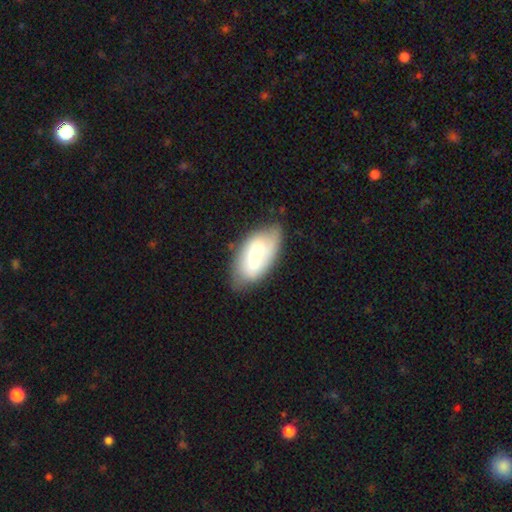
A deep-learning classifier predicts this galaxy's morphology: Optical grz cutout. It shows a smooth galaxy with no disk features (52%) that is in between round and cigar-shaped (93%). Merging: none (64%).